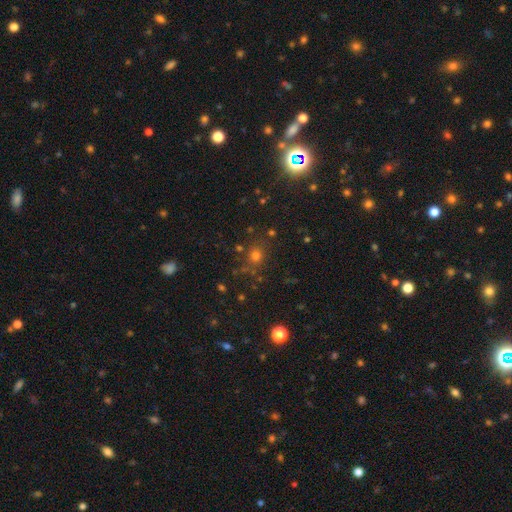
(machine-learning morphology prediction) smooth 62%, star or artifact 30%, featured or disk 8%. Down the decision tree: how rounded — round (83%); merging — none (79%).